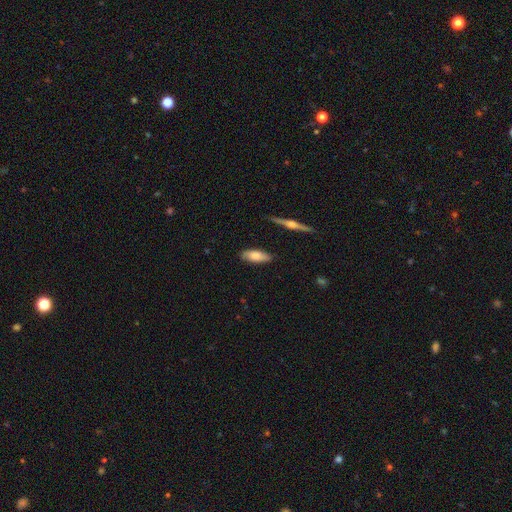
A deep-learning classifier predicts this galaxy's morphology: Q: Smooth or featured?
A: smooth (74%); runner-up: featured or disk (20%)
Q: How rounded?
A: in between (69%); runner-up: cigar-shaped (29%)
Q: Merging?
A: none (82%); runner-up: minor disturbance (14%)